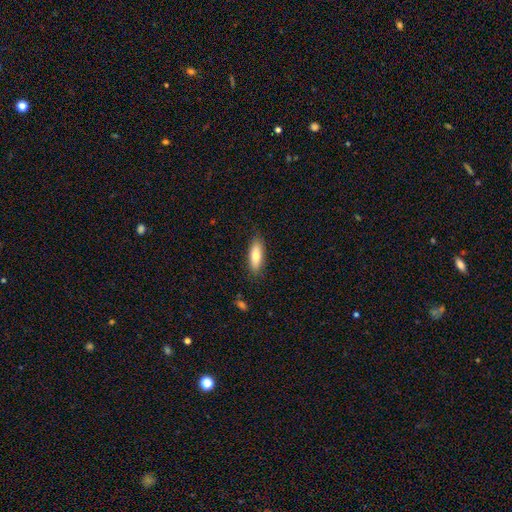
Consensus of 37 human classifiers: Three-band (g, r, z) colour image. It shows a smooth galaxy with no disk features (78%) that is cigar-shaped (62%). Merging: none (89%).